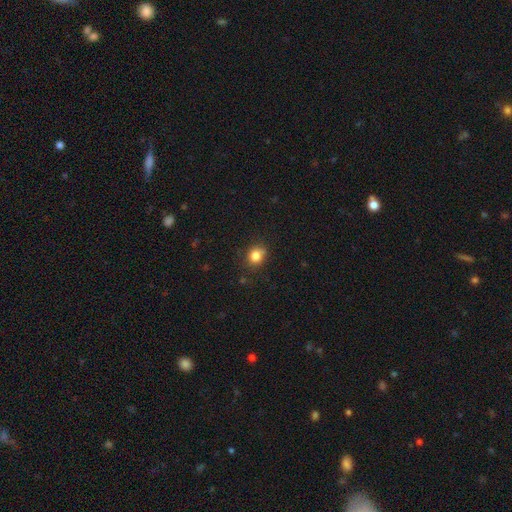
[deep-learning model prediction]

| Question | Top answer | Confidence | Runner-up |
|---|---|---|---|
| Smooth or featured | smooth | 82% | star or artifact (12%) |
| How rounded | round | 76% | in between (24%) |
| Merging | none | 78% | minor disturbance (16%) |